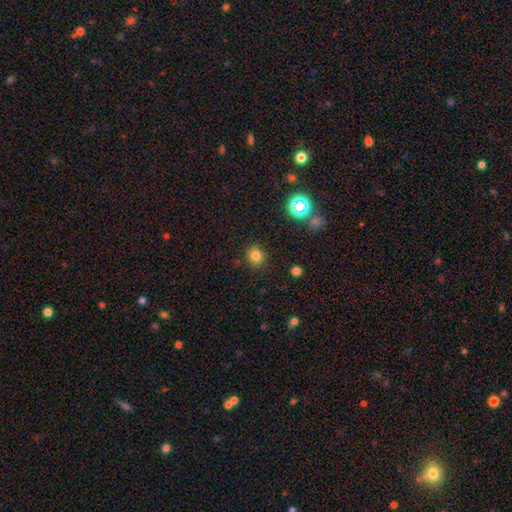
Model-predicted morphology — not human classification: Overall: smooth (78%). How rounded: round (79%). Merging: none (88%).